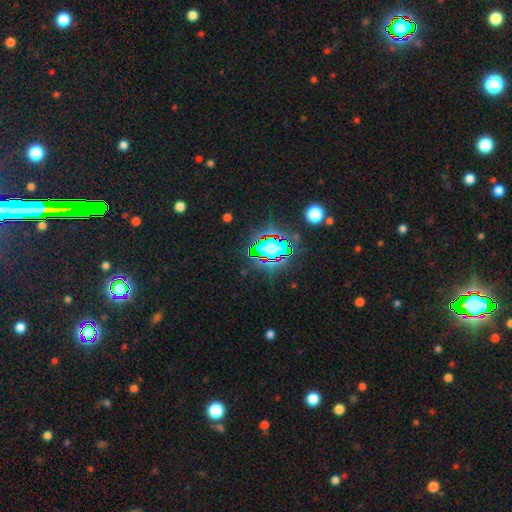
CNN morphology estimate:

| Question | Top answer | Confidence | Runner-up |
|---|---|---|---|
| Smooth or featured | star or artifact | 82% | smooth (10%) |